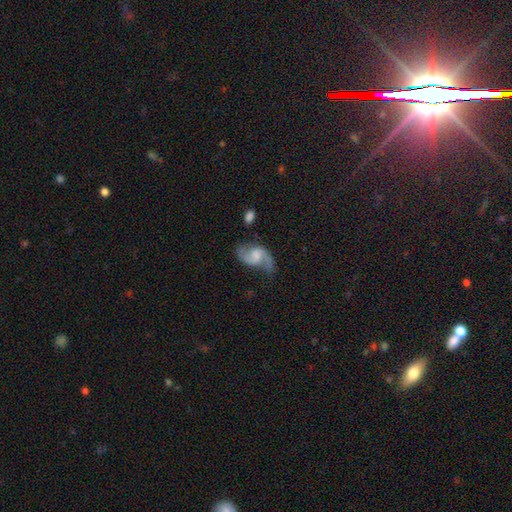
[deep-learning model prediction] This is clearly a featured or disk galaxy (80%). It is clearly not viewed edge-on (97%). Bar: possibly weak (47%). Spiral arm pattern: clearly yes (94%). Spiral arm count: clearly 2 (91%). Spiral winding: possibly loose (57%). Central bulge: marginally none (33%). Merging: likely none (60%).